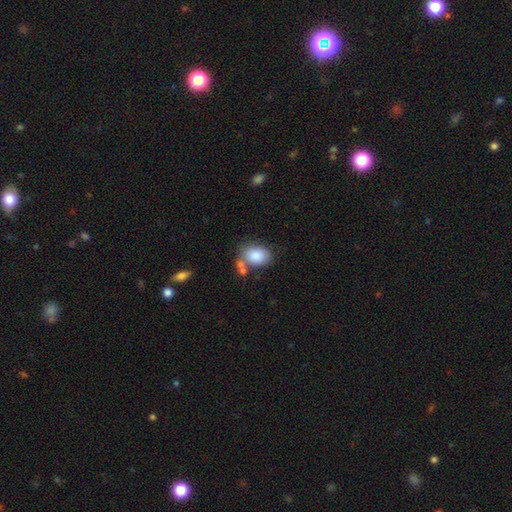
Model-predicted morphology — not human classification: Smooth or featured?
  - smooth: 84% *
  - featured or disk: 9%
  - star or artifact: 7%
How rounded?
  - in between: 76% *
  - round: 23%
  - cigar-shaped: 1%
Merging?
  - none: 56% *
  - merger: 19%
  - minor disturbance: 19%
  - major disturbance: 6%